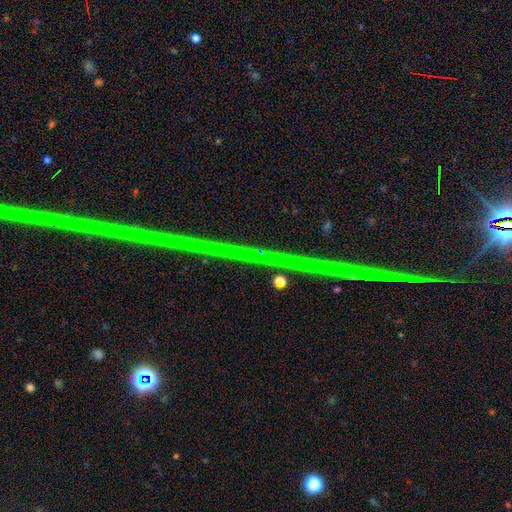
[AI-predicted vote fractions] A star or artifact, not a galaxy (87%).